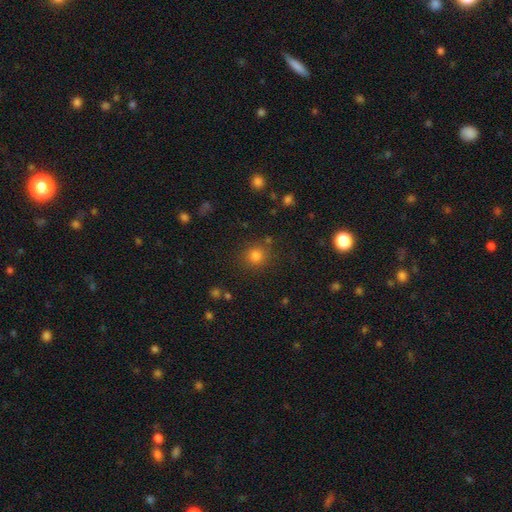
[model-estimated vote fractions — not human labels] This is likely a smooth galaxy (80%). How rounded: clearly round (90%). Merging: clearly none (84%).